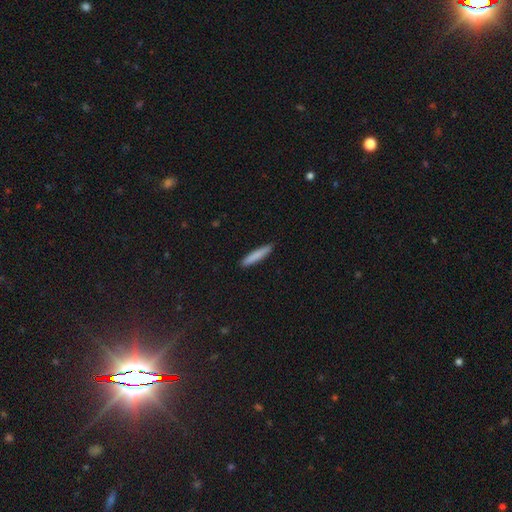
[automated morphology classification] Q: Smooth or featured?
A: smooth (84%); runner-up: featured or disk (11%)
Q: How rounded?
A: cigar-shaped (91%); runner-up: in between (8%)
Q: Merging?
A: none (90%); runner-up: minor disturbance (7%)